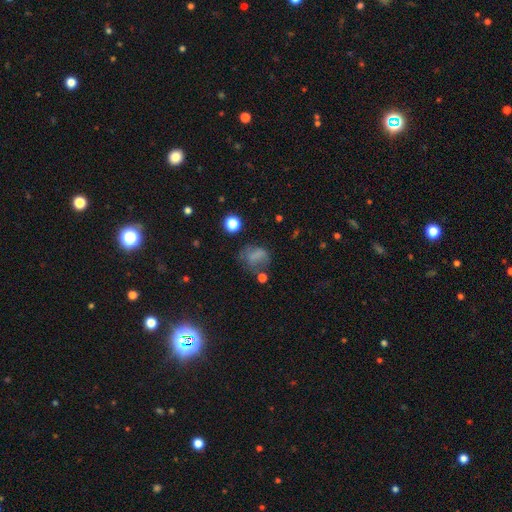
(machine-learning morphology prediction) type=smooth (62%); roundness=round (51%); merging=none (40%).